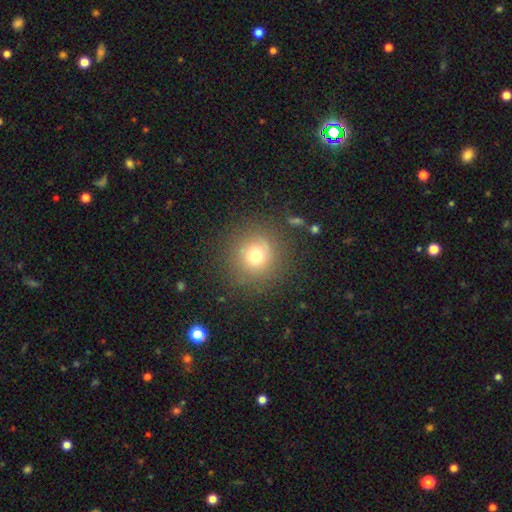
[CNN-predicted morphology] This appears to be a smooth galaxy with no disk features (71%) that is round (93%). Merging: none (82%).